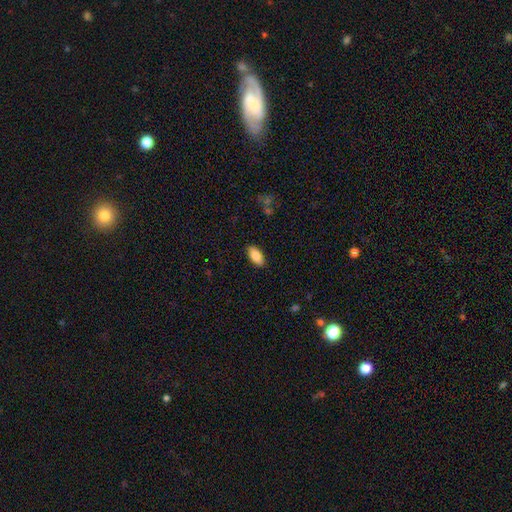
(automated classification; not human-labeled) Smooth or featured? Predicted: smooth (p=0.85). How rounded? Predicted: in between (p=0.91). Merging? Predicted: none (p=0.88).